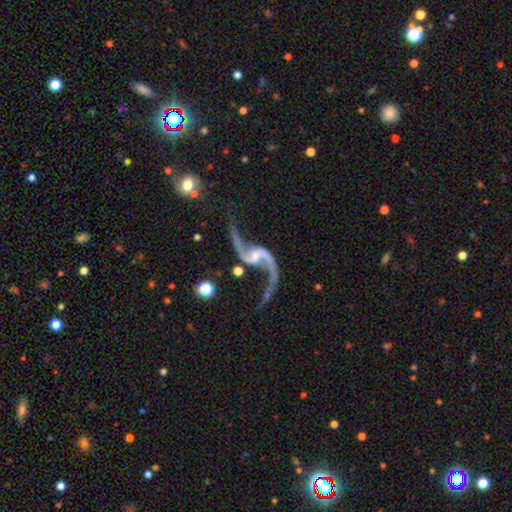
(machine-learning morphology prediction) Overall: featured or disk (93%). Edge-on disk: no (97%). Bar: weak (45%; no 39%). Spiral arms: yes (97%). Spiral arm count: 2 (94%). Spiral winding: loose (92%). Bulge size: small (48%; none 24%). Merging: none (62%).